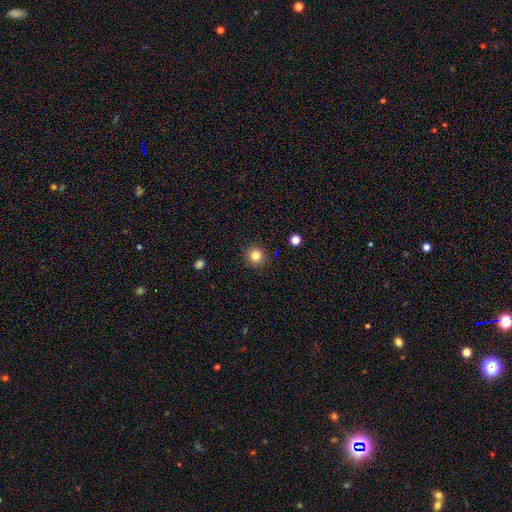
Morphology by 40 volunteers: Overall: smooth (82%). How rounded: round (94%). Merging: none (92%).